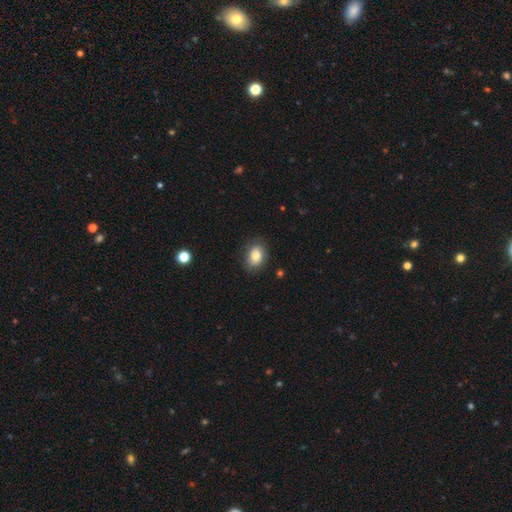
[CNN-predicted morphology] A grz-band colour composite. It shows a smooth galaxy with no disk features (83%) that is in between round and cigar-shaped (76%). Merging: none (83%).